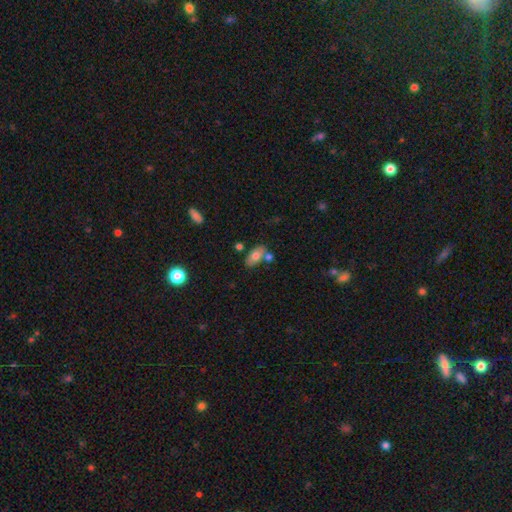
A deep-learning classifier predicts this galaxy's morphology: A smooth galaxy with no disk features (71%) that is in between round and cigar-shaped (90%).

Vote fractions:
- Smooth or featured? smooth: 71% / featured or disk: 21% / star or artifact: 8%
- How rounded? in between: 90% / cigar-shaped: 5% / round: 5%
- Merging? none: 62% / merger: 19% / minor disturbance: 15% / major disturbance: 4%